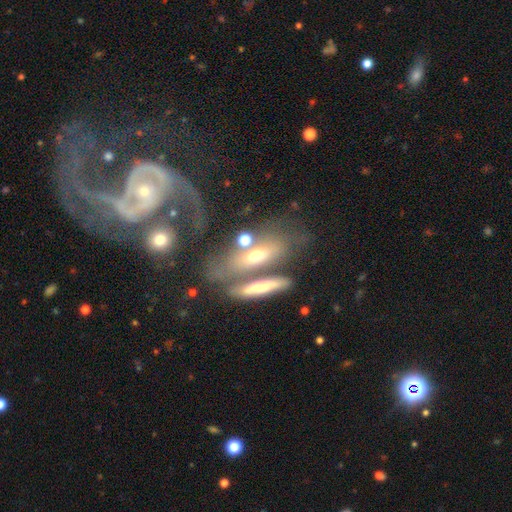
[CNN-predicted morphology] A featured or disk galaxy (48%). Merging: merger (39%).